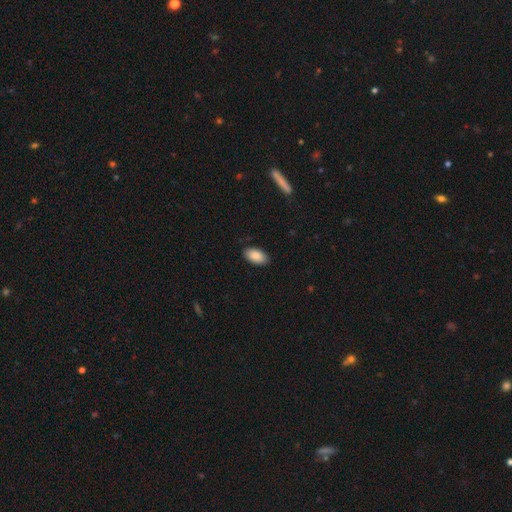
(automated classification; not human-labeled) This is clearly a smooth galaxy (89%). How rounded: clearly in between (95%). Merging: clearly none (87%).